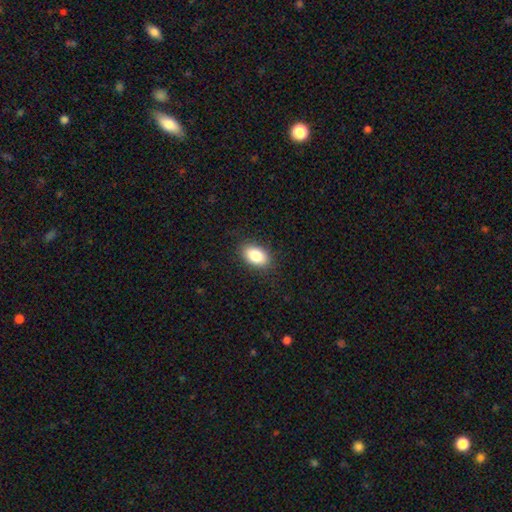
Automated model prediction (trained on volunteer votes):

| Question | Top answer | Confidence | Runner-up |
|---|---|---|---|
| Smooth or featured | smooth | 84% | featured or disk (8%) |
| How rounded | in between | 89% | round (9%) |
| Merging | none | 87% | minor disturbance (9%) |